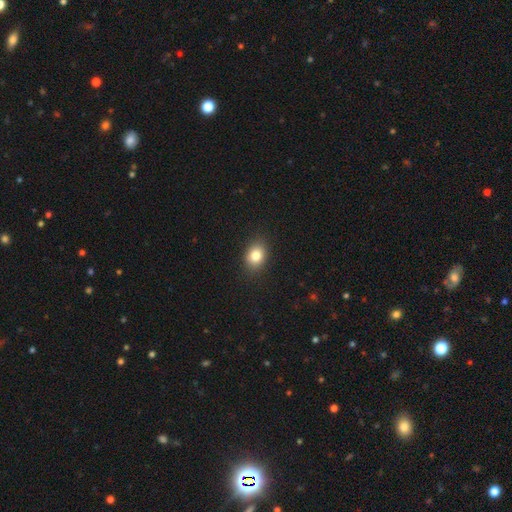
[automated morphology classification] A smooth galaxy with no disk features (82%) that is in between round and cigar-shaped (64%).

Vote fractions:
- Smooth or featured? smooth: 82% / star or artifact: 10% / featured or disk: 8%
- How rounded? in between: 64% / round: 35% / cigar-shaped: 1%
- Merging? none: 87% / minor disturbance: 9% / major disturbance: 2% / merger: 1%